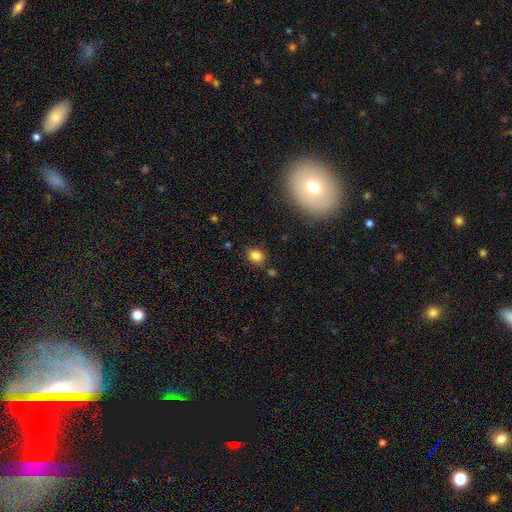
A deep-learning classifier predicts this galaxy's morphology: Q: Smooth or featured?
A: smooth (82%); runner-up: star or artifact (12%)
Q: How rounded?
A: in between (52%); runner-up: round (47%)
Q: Merging?
A: none (79%); runner-up: minor disturbance (13%)